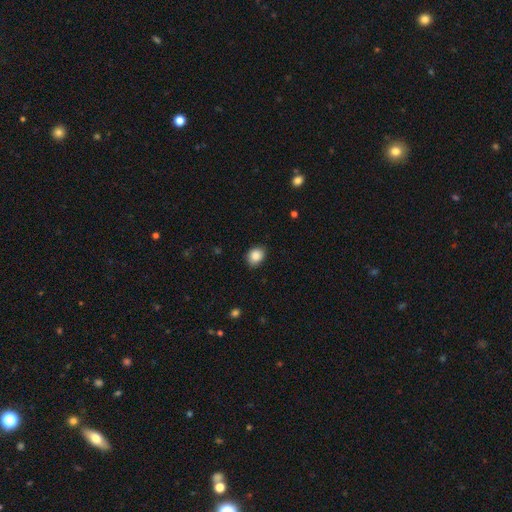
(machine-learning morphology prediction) Smooth or featured? smooth (86%)
How rounded? round (54%)
Merging? none (83%)